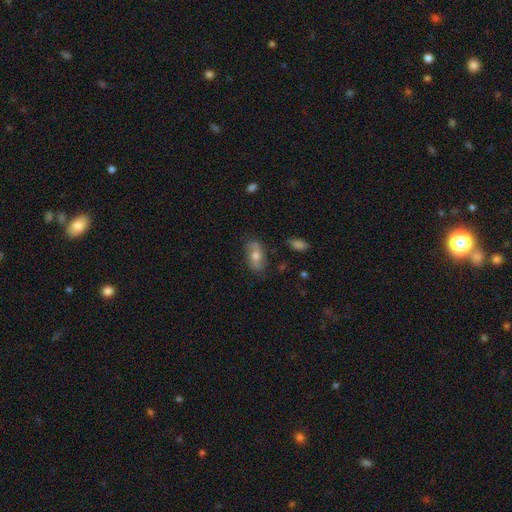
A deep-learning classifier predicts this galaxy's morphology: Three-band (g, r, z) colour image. It shows a smooth galaxy with no disk features (50%). Merging: none (77%).